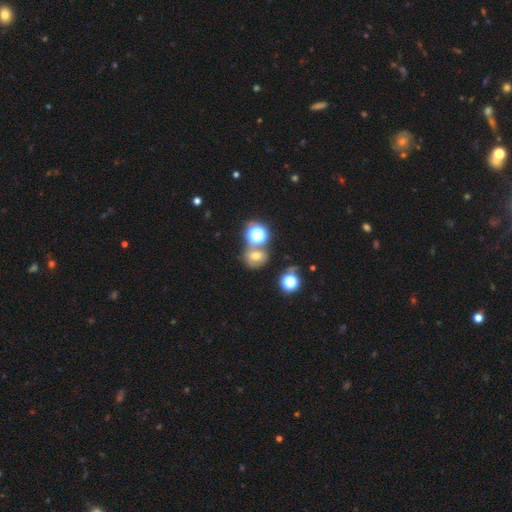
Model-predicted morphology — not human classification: Smooth or featured? Predicted: smooth (p=0.49). Merging? Predicted: none (p=0.58).